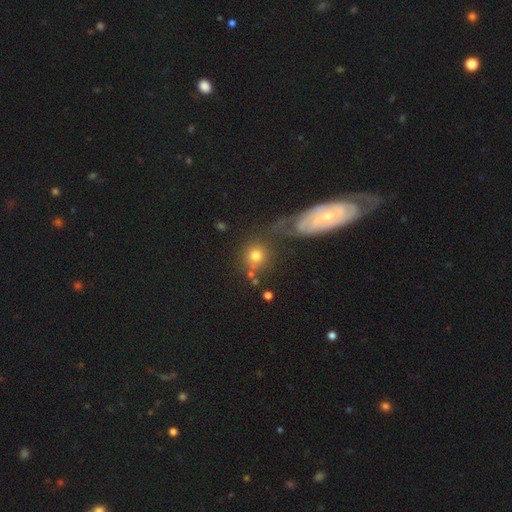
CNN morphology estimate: This appears to be a smooth galaxy with no disk features (71%) that is round (87%). Merging: none (59%).